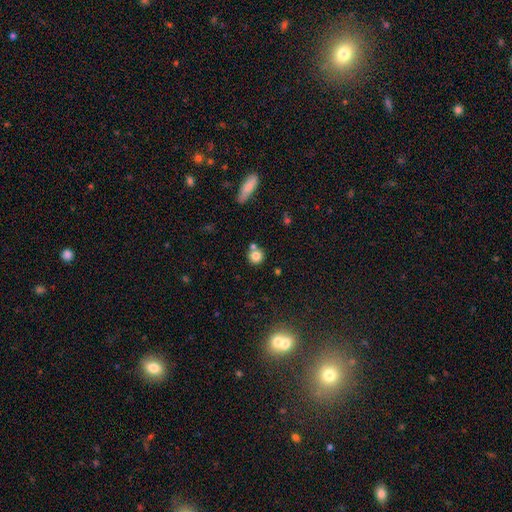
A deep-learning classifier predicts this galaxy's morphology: A smooth galaxy with no disk features (81%) that is round (90%).

Vote fractions:
- Smooth or featured? smooth: 81% / star or artifact: 11% / featured or disk: 8%
- How rounded? round: 90% / in between: 9% / cigar-shaped: 1%
- Merging? none: 64% / merger: 22% / minor disturbance: 10% / major disturbance: 3%